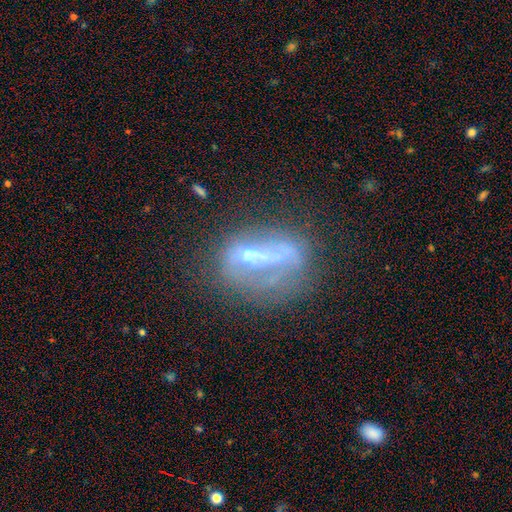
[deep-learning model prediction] Smooth or featured: featured or disk — 61% (smooth — 27%)
Edge-on disk: no — 92% (yes — 8%)
Bar: no — 44% (strong — 30%)
Spiral arms: no — 67% (yes — 33%)
Bulge size: small — 45% (moderate — 28%)
Merging: major disturbance — 39% (none — 32%)